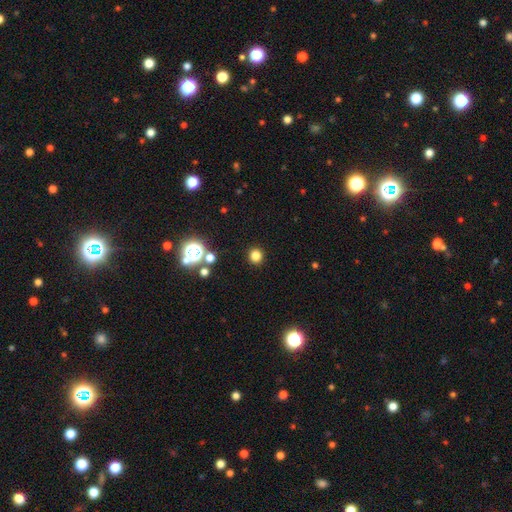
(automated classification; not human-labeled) Smooth or featured?
  - smooth: 79% *
  - star or artifact: 17%
  - featured or disk: 5%
How rounded?
  - round: 92% *
  - in between: 7%
  - cigar-shaped: 1%
Merging?
  - none: 90% *
  - minor disturbance: 5%
  - merger: 2%
  - major disturbance: 2%